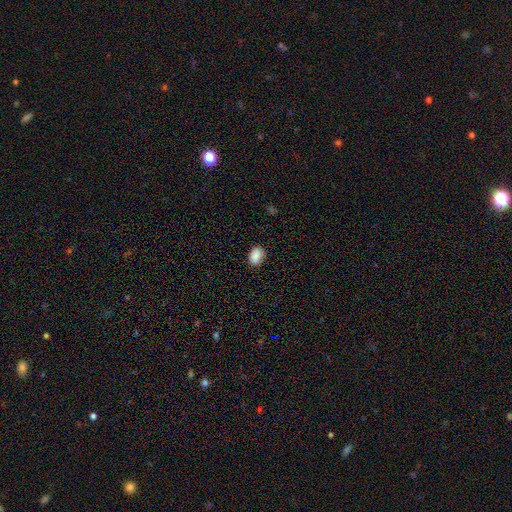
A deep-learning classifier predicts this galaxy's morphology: A smooth galaxy with no disk features (88%) that is in between round and cigar-shaped (76%).

Vote fractions:
- Smooth or featured? smooth: 88% / star or artifact: 8% / featured or disk: 4%
- How rounded? in between: 76% / round: 23% / cigar-shaped: 1%
- Merging? none: 83% / minor disturbance: 14% / major disturbance: 3% / merger: 1%